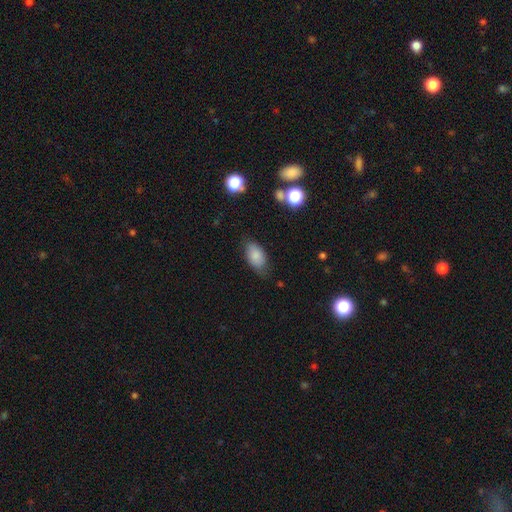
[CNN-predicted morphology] This appears to be a smooth galaxy with no disk features (82%) that is in between round and cigar-shaped (92%). Merging: none (70%).